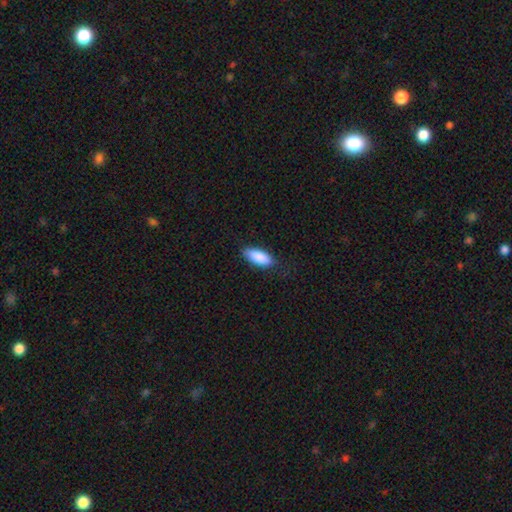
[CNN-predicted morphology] This appears to be a smooth galaxy with no disk features (89%) that is in between round and cigar-shaped (82%). Merging: none (77%).